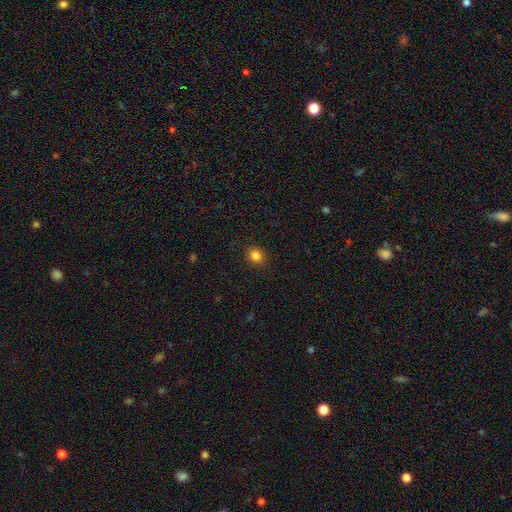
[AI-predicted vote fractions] smooth_or_featured: smooth (p=0.84) [alt: star or artifact p=0.11]
how_rounded: round (p=0.67) [alt: in between p=0.32]
merging: none (p=0.89) [alt: minor disturbance p=0.07]